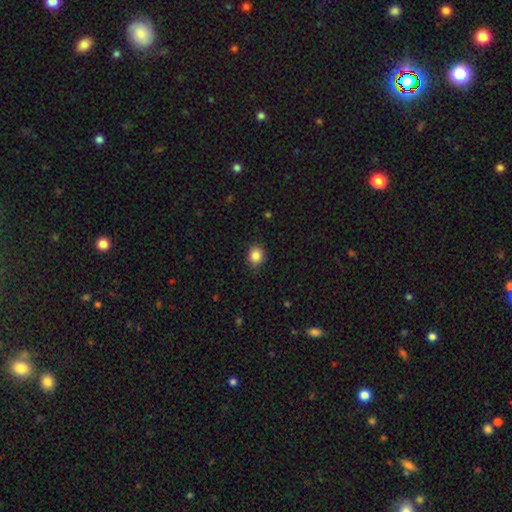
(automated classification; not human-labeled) Smooth or featured? smooth (86%)
How rounded? round (79%)
Merging? none (85%)